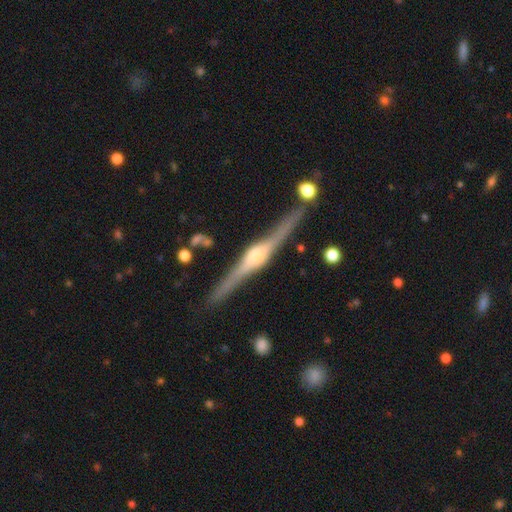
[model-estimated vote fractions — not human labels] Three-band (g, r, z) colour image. It shows a featured or disk galaxy (87%) viewed edge-on (98%) with a rounded central bulge (89%). Merging: none (85%).